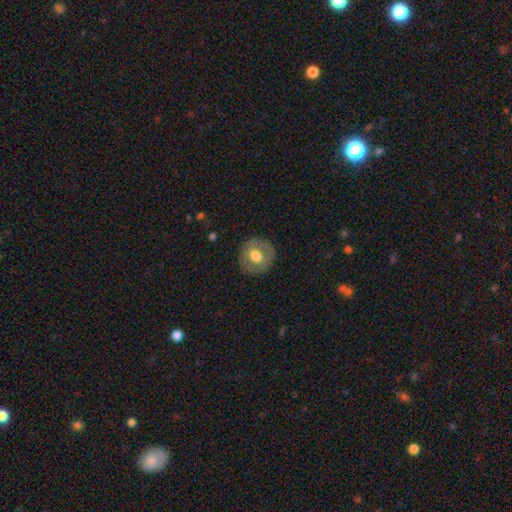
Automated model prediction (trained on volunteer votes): The model was most divided on "smooth or featured": smooth: 54%, featured or disk: 40%, star or artifact: 7%. More confident: how rounded — round (86%); merging — none (83%).